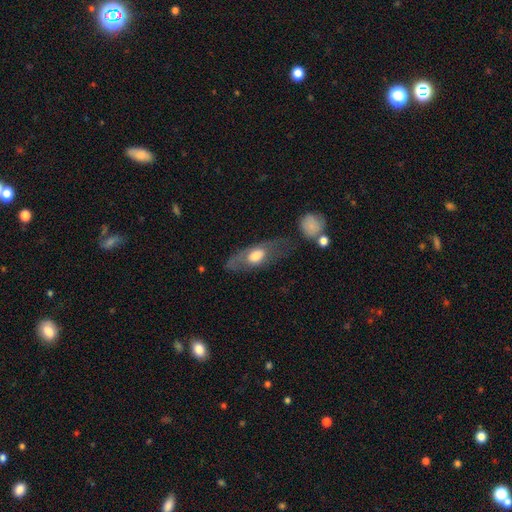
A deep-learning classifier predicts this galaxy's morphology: The model was most divided on "smooth or featured" (2-way tie): featured or disk: 47%, smooth: 47%, star or artifact: 6%. More confident: merging — none (62%).